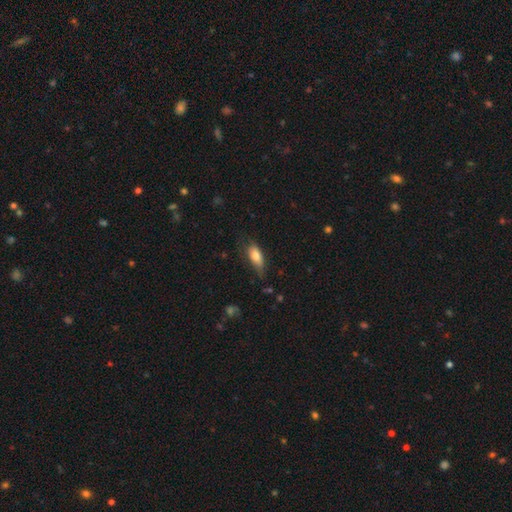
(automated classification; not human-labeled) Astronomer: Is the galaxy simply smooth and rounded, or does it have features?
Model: smooth — 77%.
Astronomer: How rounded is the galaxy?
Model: in between — 81%.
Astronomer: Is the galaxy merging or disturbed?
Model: none — 55% (runner-up: minor disturbance, 32%).